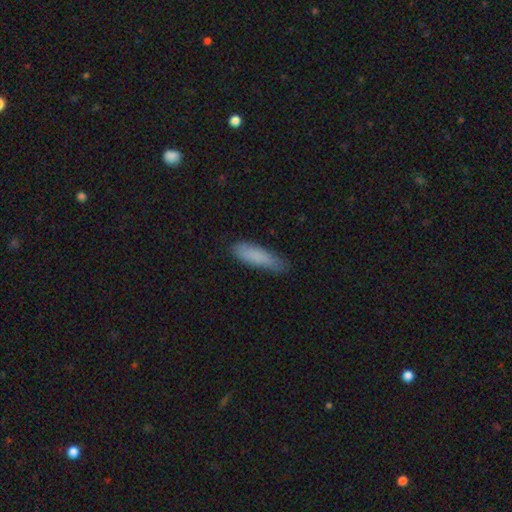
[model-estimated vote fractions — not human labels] Smooth or featured?
  - smooth: 85% *
  - featured or disk: 9%
  - star or artifact: 7%
How rounded?
  - cigar-shaped: 66% *
  - in between: 33%
  - round: 2%
Merging?
  - none: 65% *
  - minor disturbance: 28%
  - major disturbance: 6%
  - merger: 2%